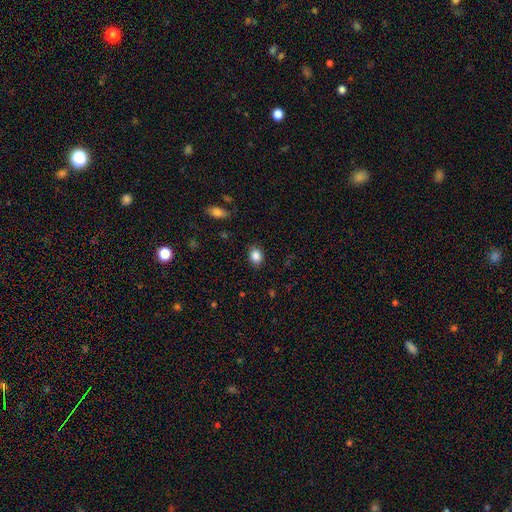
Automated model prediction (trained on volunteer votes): smooth-or-featured: smooth: 86% | star or artifact: 9% | featured or disk: 5%
  how-rounded: in between: 58% | round: 41% | cigar-shaped: 1%
  merging: none: 85% | minor disturbance: 11% | major disturbance: 3% | merger: 1%